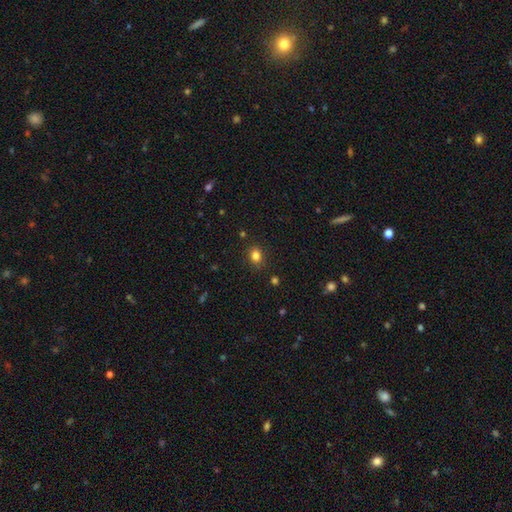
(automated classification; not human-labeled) Smooth or featured: smooth — 82% (star or artifact — 13%)
How rounded: round — 61% (in between — 38%)
Merging: none — 86% (minor disturbance — 9%)